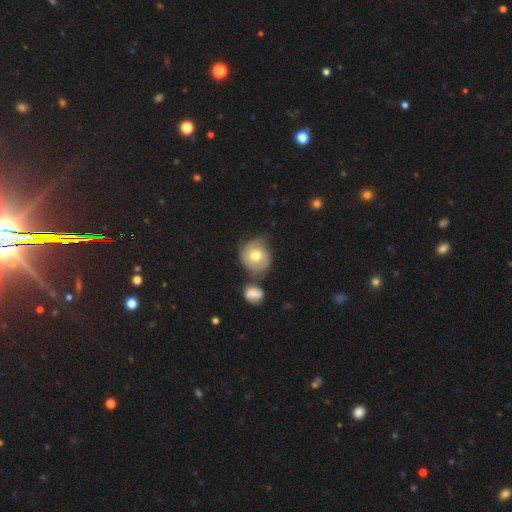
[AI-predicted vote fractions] The model was most divided on "smooth or featured": smooth: 48%, featured or disk: 44%, star or artifact: 7%. More confident: merging — none (52%).